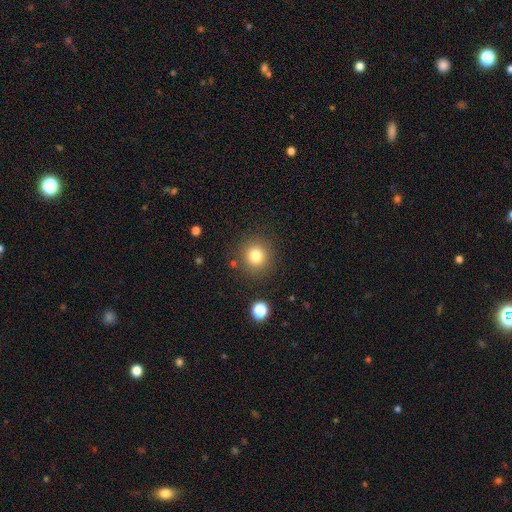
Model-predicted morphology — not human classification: Smooth or featured: smooth — 80% (star or artifact — 13%)
How rounded: round — 91% (in between — 8%)
Merging: none — 86% (minor disturbance — 8%)